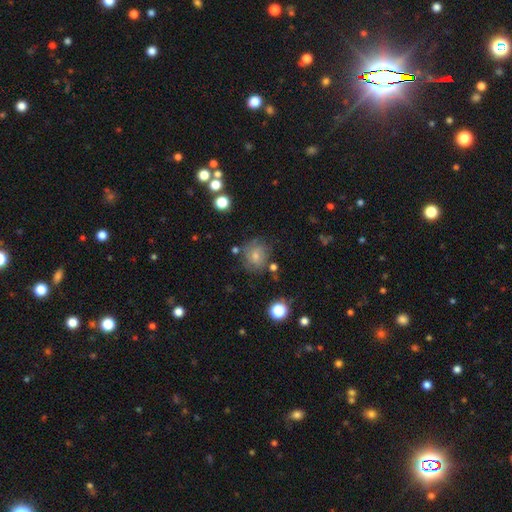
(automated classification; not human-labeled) smooth_or_featured: smooth (p=0.55) [alt: featured or disk p=0.32]
how_rounded: round (p=0.76) [alt: in between p=0.23]
merging: none (p=0.64) [alt: minor disturbance p=0.21]